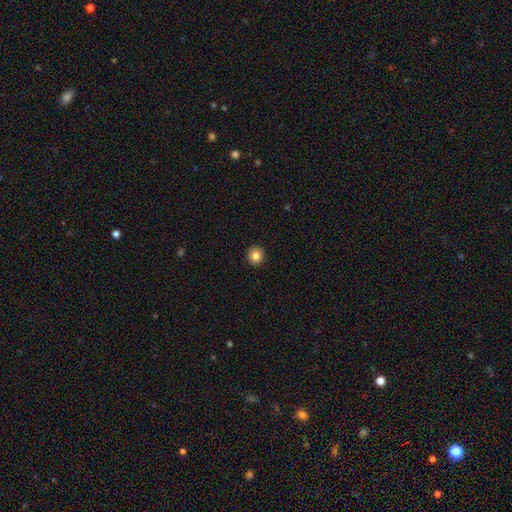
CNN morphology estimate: Overall: smooth (84%). How rounded: round (90%). Merging: none (92%).